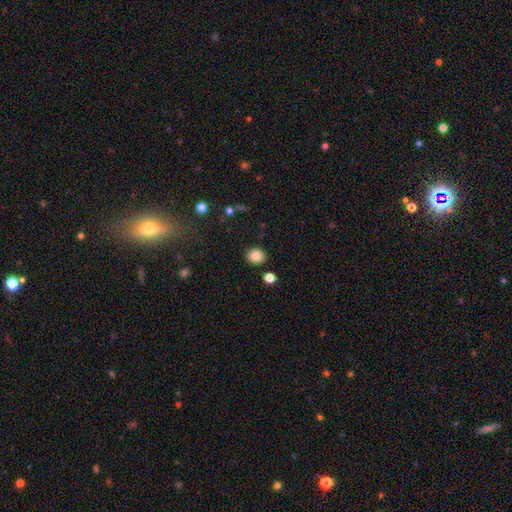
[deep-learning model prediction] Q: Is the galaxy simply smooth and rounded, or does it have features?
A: smooth — 83%.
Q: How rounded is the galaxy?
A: round — 67%.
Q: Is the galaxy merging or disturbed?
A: none — 88%.